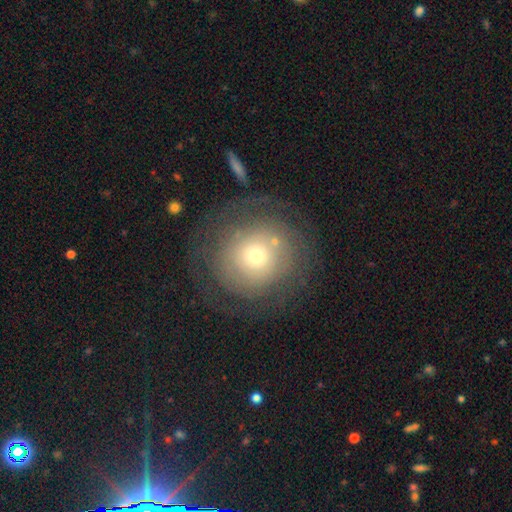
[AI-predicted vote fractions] The model was most divided on "smooth or featured": featured or disk: 46%, smooth: 43%, star or artifact: 11%. More confident: merging — none (70%).